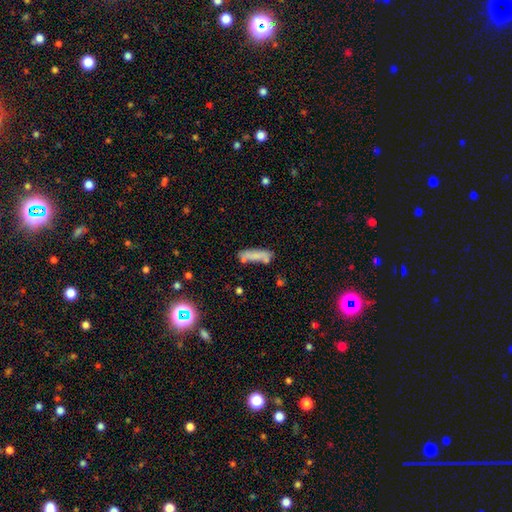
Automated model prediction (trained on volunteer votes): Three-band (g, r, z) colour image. It shows a smooth galaxy with no disk features (70%) that is cigar-shaped (65%). Merging: none (57%).